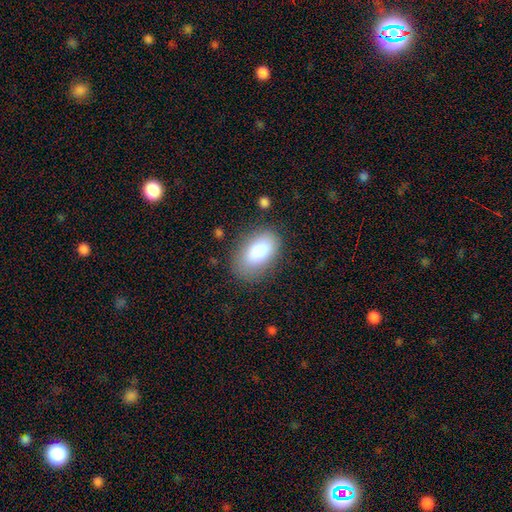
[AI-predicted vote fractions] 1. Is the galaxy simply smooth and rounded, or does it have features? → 81% smooth, 11% featured or disk, 8% star or artifact.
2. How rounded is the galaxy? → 91% in between, 7% round, 2% cigar-shaped.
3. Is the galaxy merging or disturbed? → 82% none, 13% minor disturbance, 3% major disturbance, 2% merger.